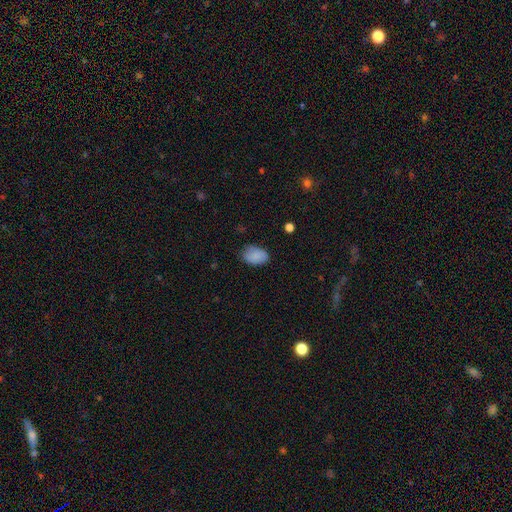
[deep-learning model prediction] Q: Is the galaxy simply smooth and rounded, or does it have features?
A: smooth — 85%.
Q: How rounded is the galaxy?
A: in between — 82%.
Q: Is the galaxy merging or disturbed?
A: none — 76%.